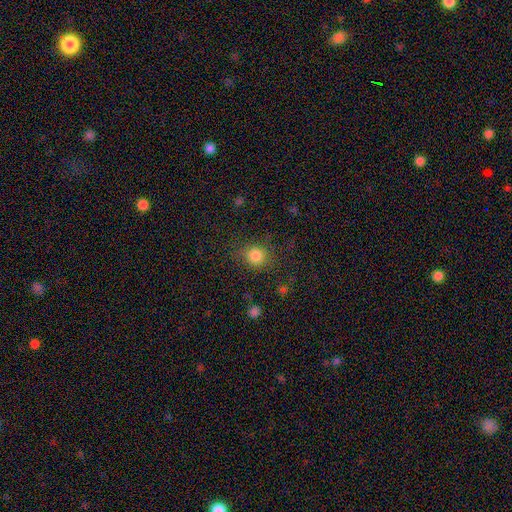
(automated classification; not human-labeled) smooth-or-featured: smooth: 82% | star or artifact: 12% | featured or disk: 5%
  how-rounded: round: 82% | in between: 17% | cigar-shaped: 1%
  merging: none: 79% | minor disturbance: 13% | major disturbance: 6% | merger: 2%